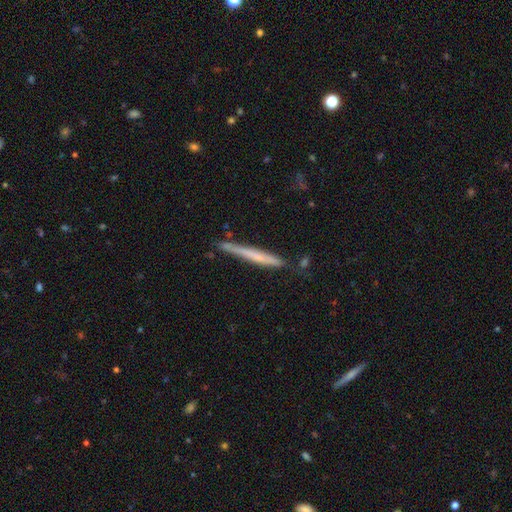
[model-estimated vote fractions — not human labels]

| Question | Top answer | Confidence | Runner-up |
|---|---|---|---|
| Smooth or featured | smooth | 48% | featured or disk (46%) |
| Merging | none | 76% | minor disturbance (17%) |